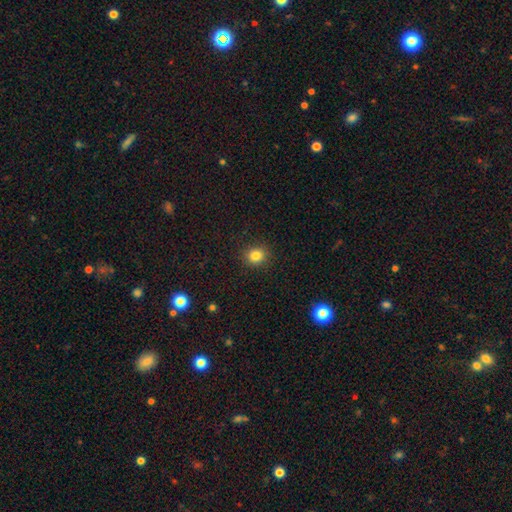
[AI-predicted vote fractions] Smooth or featured?
  - smooth: 83% *
  - star or artifact: 12%
  - featured or disk: 5%
How rounded?
  - round: 83% *
  - in between: 16%
  - cigar-shaped: 1%
Merging?
  - none: 90% *
  - minor disturbance: 7%
  - major disturbance: 2%
  - merger: 1%